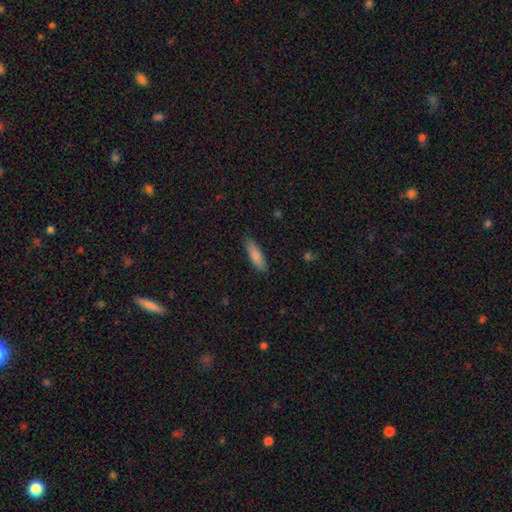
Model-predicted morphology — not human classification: Smooth or featured: smooth — 84% (featured or disk — 10%)
How rounded: cigar-shaped — 55% (in between — 43%)
Merging: none — 87% (minor disturbance — 10%)